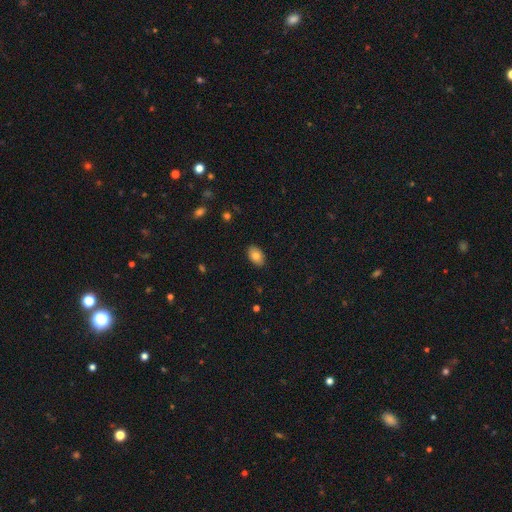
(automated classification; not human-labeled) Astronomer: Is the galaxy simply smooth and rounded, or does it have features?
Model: smooth — 81%.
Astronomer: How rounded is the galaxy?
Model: in between — 90%.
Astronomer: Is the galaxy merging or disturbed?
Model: none — 88%.